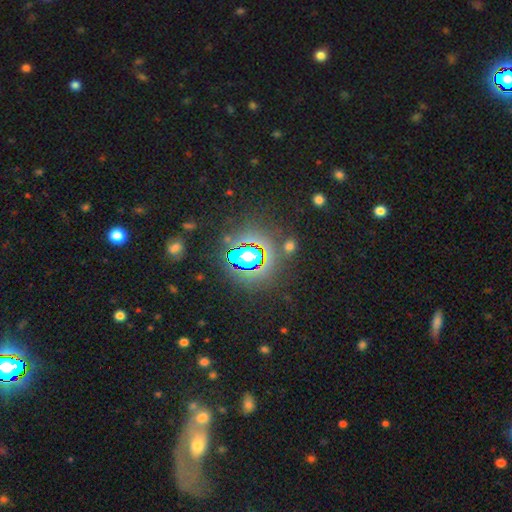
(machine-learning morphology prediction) A star or artifact, not a galaxy (70%).

Vote fractions:
- Smooth or featured? star or artifact: 70% / smooth: 20% / featured or disk: 10%